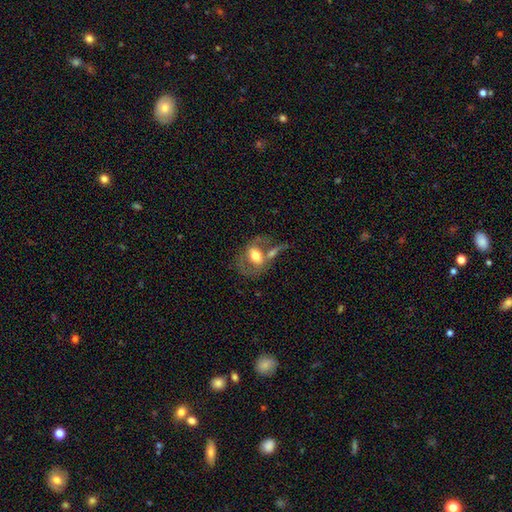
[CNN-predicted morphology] type=featured or disk (48%); merging=merger (42%).